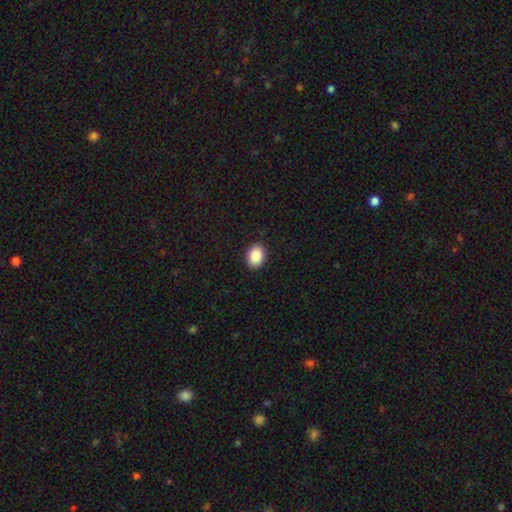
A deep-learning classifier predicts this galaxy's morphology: smooth-or-featured: smooth: 88% | star or artifact: 8% | featured or disk: 5%
  how-rounded: in between: 73% | round: 26% | cigar-shaped: 1%
  merging: none: 90% | minor disturbance: 7% | major disturbance: 2% | merger: 1%